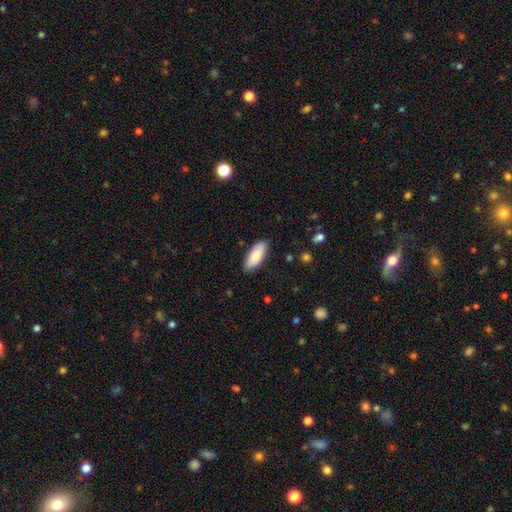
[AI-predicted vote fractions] Morphology: type=smooth (83%); roundness=in between (80%); merging=none (86%).